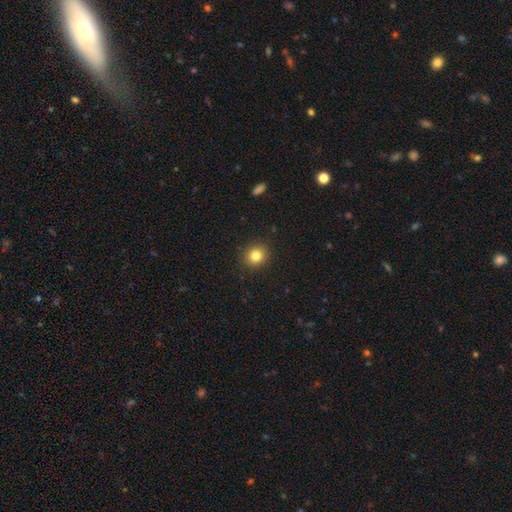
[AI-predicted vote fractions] smooth_or_featured: smooth (p=0.82) [alt: star or artifact p=0.12]
how_rounded: round (p=0.84) [alt: in between p=0.15]
merging: none (p=0.91) [alt: minor disturbance p=0.06]